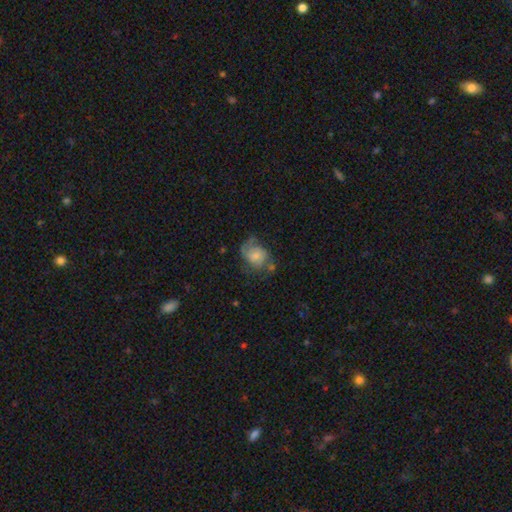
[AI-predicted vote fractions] Smooth or featured?
  - featured or disk: 58% *
  - smooth: 34%
  - star or artifact: 8%
Edge-on disk?
  - no: 98% *
  - yes: 2%
Bar?
  - no: 67% *
  - weak: 28%
  - strong: 4%
Spiral arms?
  - yes: 84% *
  - no: 16%
Bulge size?
  - small: 44% *
  - moderate: 31%
  - none: 14%
  - large: 9%
  - dominant: 2%
Merging?
  - none: 44% *
  - minor disturbance: 28%
  - major disturbance: 23%
  - merger: 5%